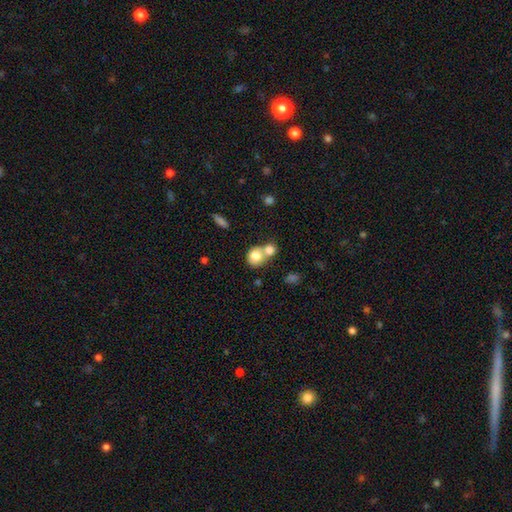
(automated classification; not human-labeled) Smooth or featured?
  - smooth: 78% *
  - featured or disk: 13%
  - star or artifact: 8%
How rounded?
  - round: 76% *
  - in between: 23%
  - cigar-shaped: 1%
Merging?
  - merger: 59% *
  - none: 32%
  - minor disturbance: 7%
  - major disturbance: 3%